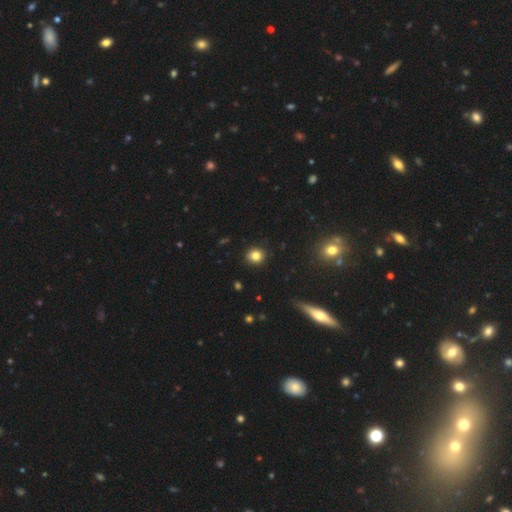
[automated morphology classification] Q: Smooth or featured?
A: smooth (81%); runner-up: star or artifact (12%)
Q: How rounded?
A: round (84%); runner-up: in between (15%)
Q: Merging?
A: none (89%); runner-up: minor disturbance (8%)